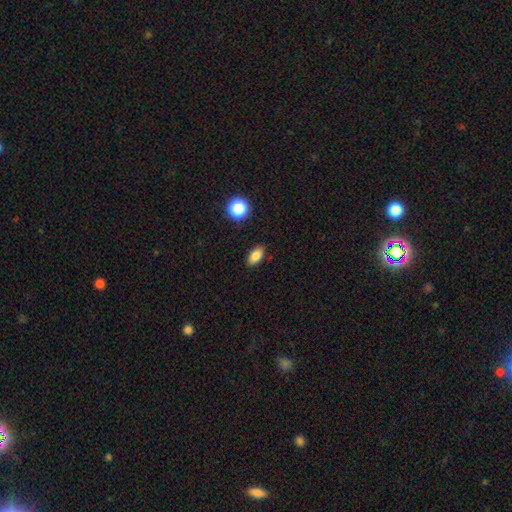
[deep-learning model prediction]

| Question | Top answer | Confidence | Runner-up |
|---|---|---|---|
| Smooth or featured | smooth | 83% | star or artifact (10%) |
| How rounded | in between | 88% | round (7%) |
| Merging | none | 88% | minor disturbance (8%) |